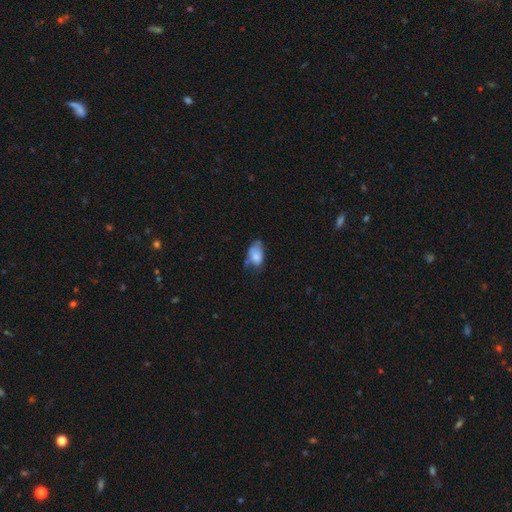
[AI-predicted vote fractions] This is likely a smooth galaxy (75%). How rounded: clearly in between (89%). Merging: marginally minor disturbance (39%).